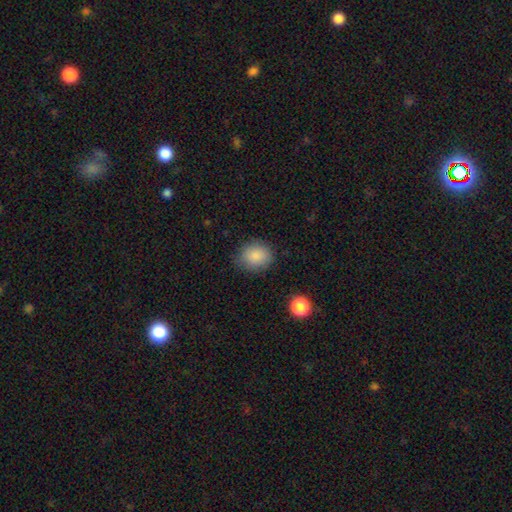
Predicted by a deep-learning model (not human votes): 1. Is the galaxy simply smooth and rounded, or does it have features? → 86% smooth, 9% star or artifact, 5% featured or disk.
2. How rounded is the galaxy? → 63% round, 36% in between, 1% cigar-shaped.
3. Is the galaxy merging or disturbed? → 80% none, 15% minor disturbance, 4% major disturbance, 1% merger.